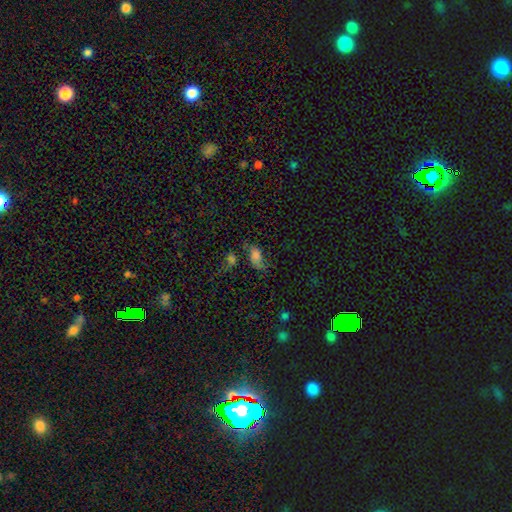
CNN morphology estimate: A smooth galaxy with no disk features (62%) that is in between round and cigar-shaped (85%).

Vote fractions:
- Smooth or featured? smooth: 62% / star or artifact: 21% / featured or disk: 17%
- How rounded? in between: 85% / round: 10% / cigar-shaped: 5%
- Merging? none: 40% / minor disturbance: 24% / major disturbance: 19% / merger: 17%